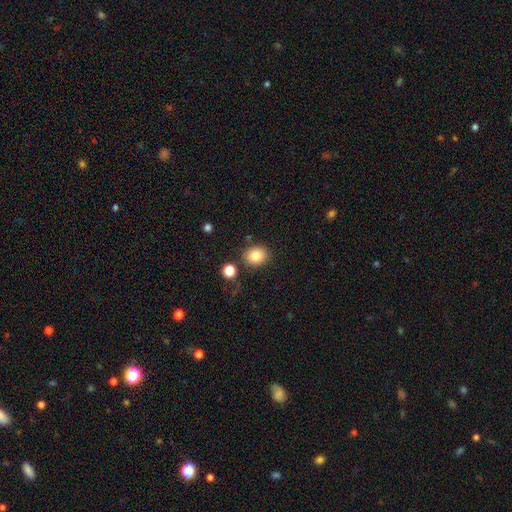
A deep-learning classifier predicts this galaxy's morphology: This is clearly a smooth galaxy (83%). How rounded: likely round (71%). Merging: clearly none (83%).